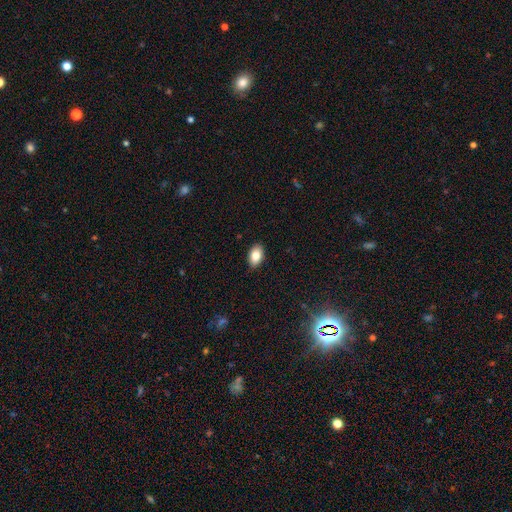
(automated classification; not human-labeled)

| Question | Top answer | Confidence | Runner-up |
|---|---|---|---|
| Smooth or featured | smooth | 84% | featured or disk (9%) |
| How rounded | in between | 90% | round (8%) |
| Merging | none | 87% | minor disturbance (10%) |